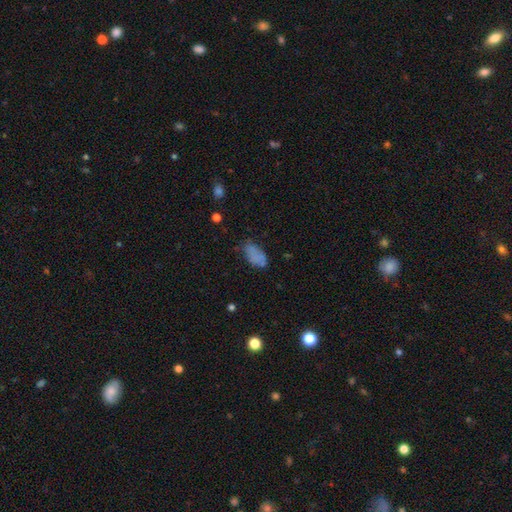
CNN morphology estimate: A smooth galaxy with no disk features (72%) that is in between round and cigar-shaped (92%).

Vote fractions:
- Smooth or featured? smooth: 72% / featured or disk: 16% / star or artifact: 12%
- How rounded? in between: 92% / cigar-shaped: 4% / round: 4%
- Merging? none: 54% / minor disturbance: 28% / major disturbance: 13% / merger: 5%